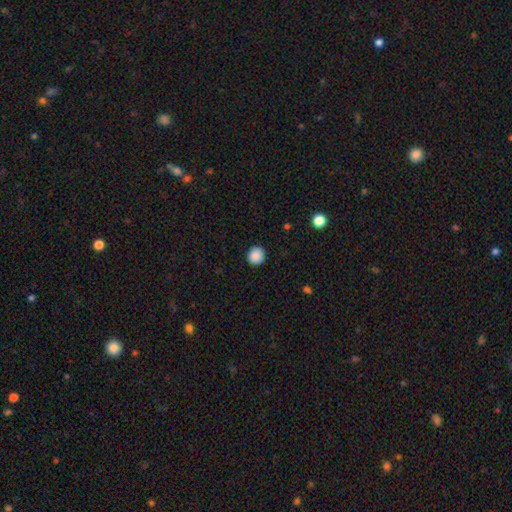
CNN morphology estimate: Overall: smooth (89%). How rounded: round (92%). Merging: none (92%).